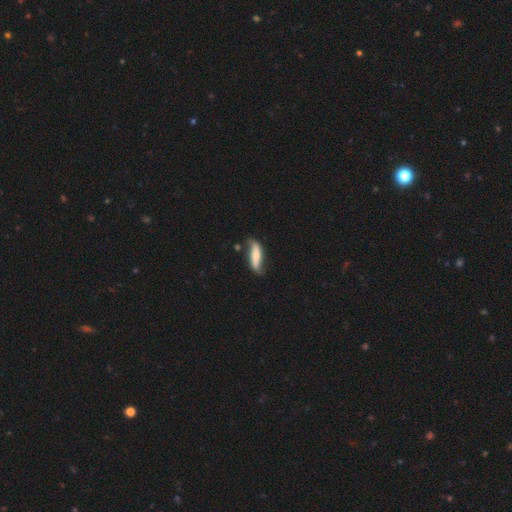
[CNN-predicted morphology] A featured or disk galaxy (52%). Merging: none (59%).